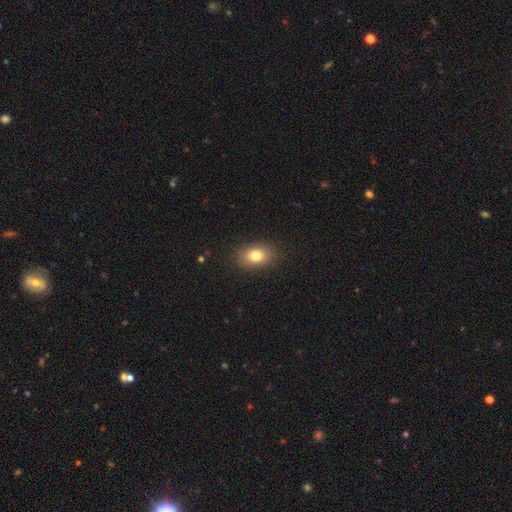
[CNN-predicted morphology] smooth-or-featured: smooth: 81% | star or artifact: 10% | featured or disk: 9%
  how-rounded: in between: 76% | round: 22% | cigar-shaped: 1%
  merging: none: 88% | minor disturbance: 9% | major disturbance: 3% | merger: 1%